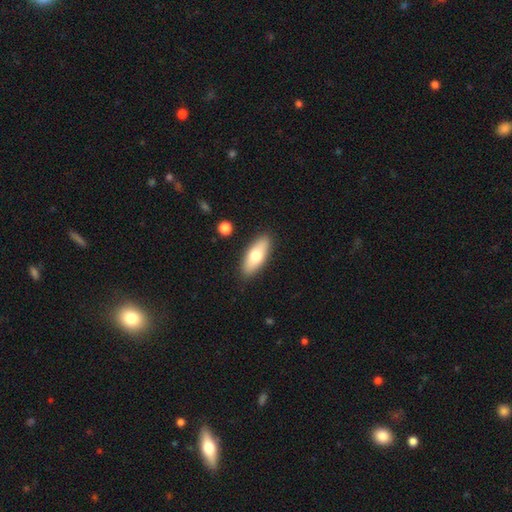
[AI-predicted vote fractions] The model was most divided on "smooth or featured": smooth: 69%, featured or disk: 25%, star or artifact: 6%. More confident: merging — none (88%); how rounded — in between (73%).